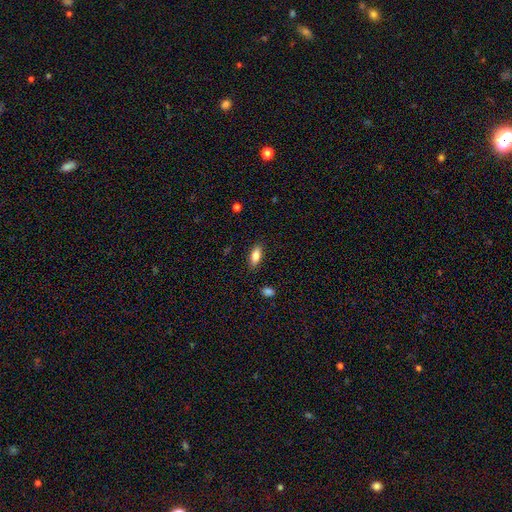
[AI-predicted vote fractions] A smooth galaxy with no disk features (82%) that is in between round and cigar-shaped (81%). Merging: none (87%).